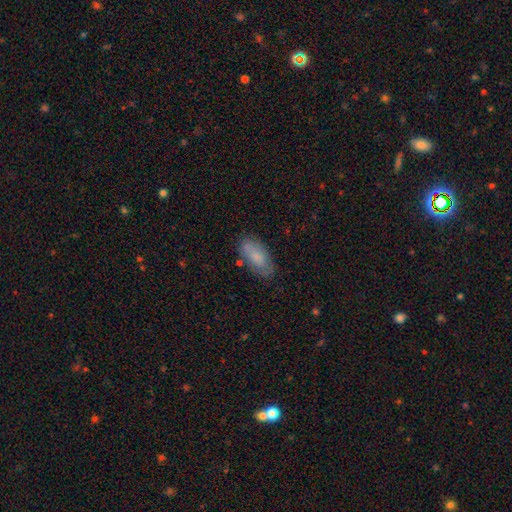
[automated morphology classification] Smooth or featured? smooth (76%)
How rounded? in between (90%)
Merging? none (73%)